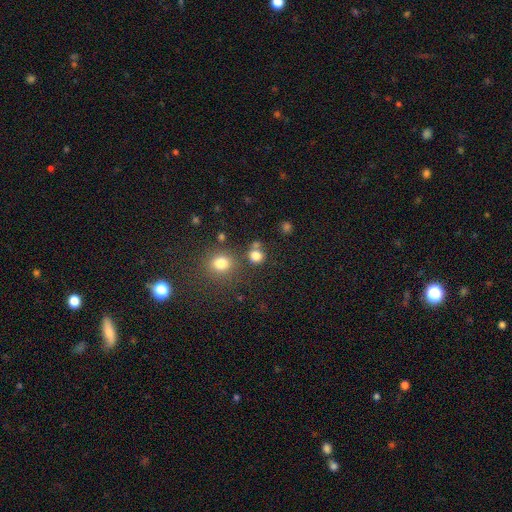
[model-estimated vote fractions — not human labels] Smooth or featured: smooth — 79% (star or artifact — 15%)
How rounded: round — 83% (in between — 16%)
Merging: none — 67% (merger — 19%)